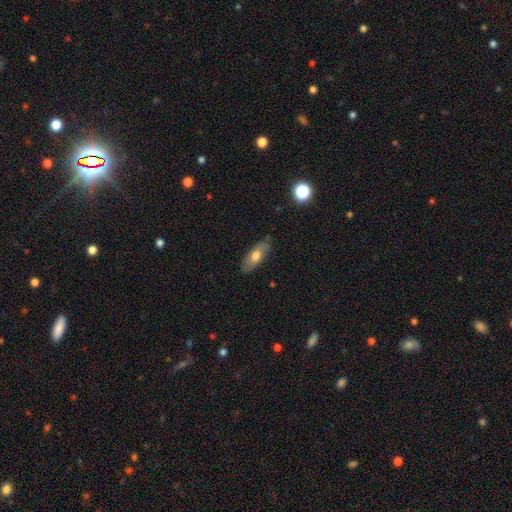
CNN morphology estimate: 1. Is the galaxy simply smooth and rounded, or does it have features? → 68% smooth, 26% featured or disk, 6% star or artifact.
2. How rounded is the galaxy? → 71% in between, 26% cigar-shaped, 3% round.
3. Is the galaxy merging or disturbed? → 84% none, 13% minor disturbance, 2% major disturbance, 1% merger.